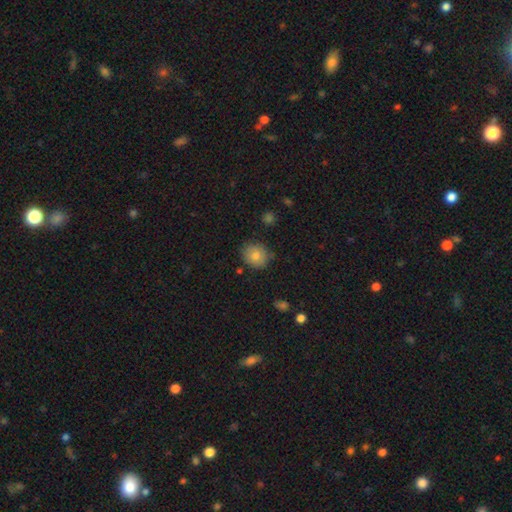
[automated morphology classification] Overall: smooth (80%). How rounded: round (73%). Merging: none (80%).